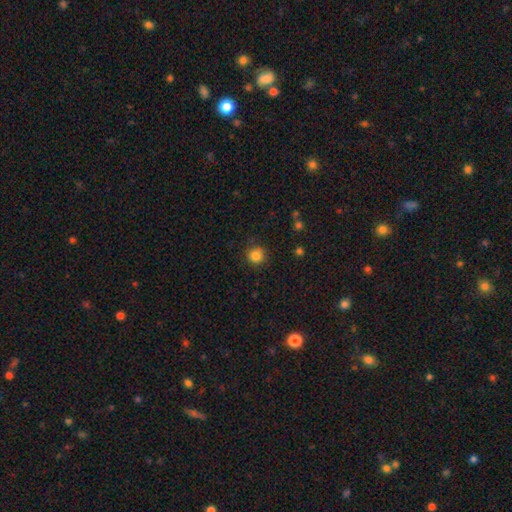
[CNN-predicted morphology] Smooth or featured?
  - smooth: 84% *
  - star or artifact: 12%
  - featured or disk: 5%
How rounded?
  - round: 93% *
  - in between: 6%
  - cigar-shaped: 1%
Merging?
  - none: 87% *
  - minor disturbance: 9%
  - major disturbance: 3%
  - merger: 1%